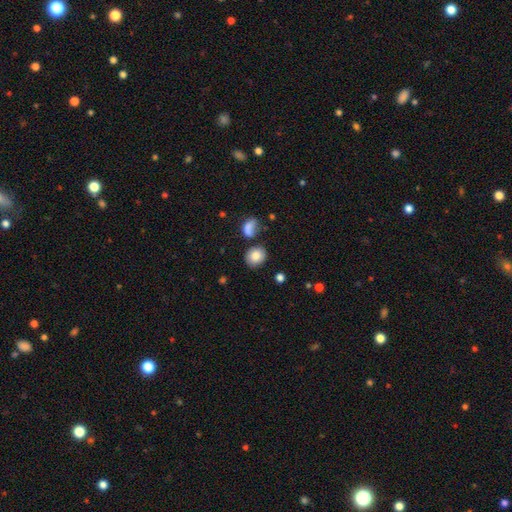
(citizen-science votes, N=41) A smooth galaxy with no disk features (93%) that is round (82%). Merging: none (72%).